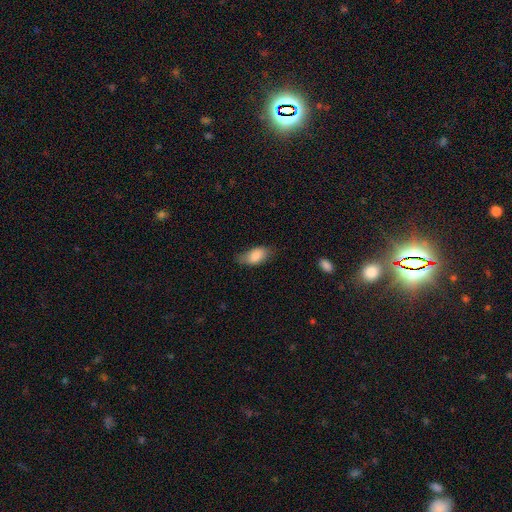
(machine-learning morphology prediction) type=smooth (83%); roundness=in between (90%); merging=none (66%).